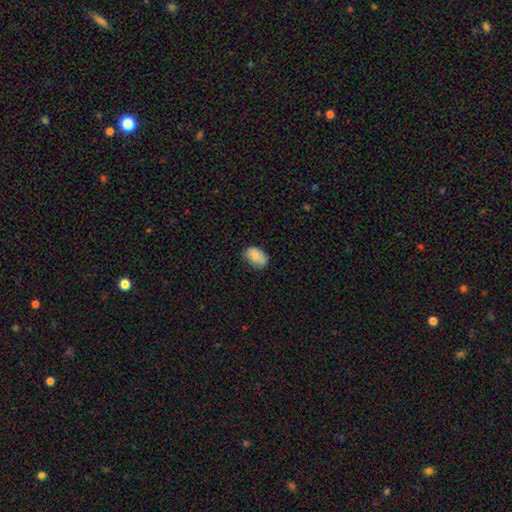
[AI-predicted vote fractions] smooth_or_featured: smooth (p=0.83) [alt: featured or disk p=0.09]
how_rounded: in between (p=0.86) [alt: round p=0.13]
merging: none (p=0.74) [alt: minor disturbance p=0.21]